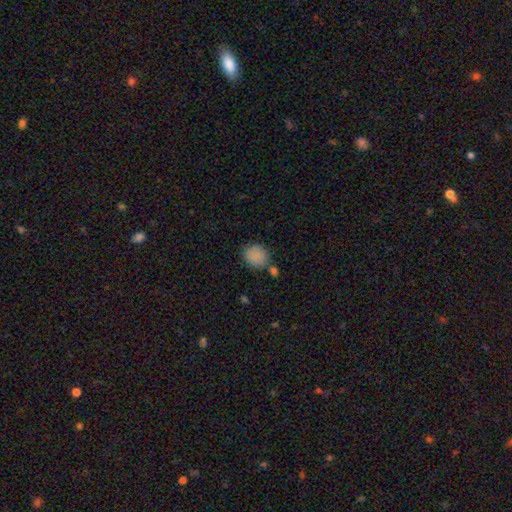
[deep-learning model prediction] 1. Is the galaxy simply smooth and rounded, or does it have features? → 86% smooth, 10% star or artifact, 4% featured or disk.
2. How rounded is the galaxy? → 67% round, 31% in between, 1% cigar-shaped.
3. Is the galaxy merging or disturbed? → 71% none, 14% minor disturbance, 11% merger, 4% major disturbance.